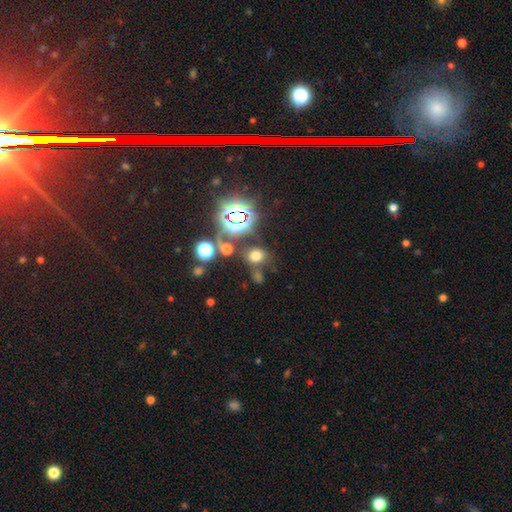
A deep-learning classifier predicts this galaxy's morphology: This appears to be a smooth galaxy with no disk features (59%) that is round (59%). Merging: none (71%).